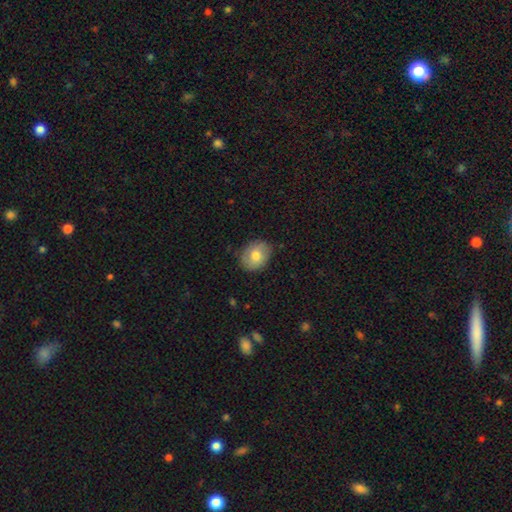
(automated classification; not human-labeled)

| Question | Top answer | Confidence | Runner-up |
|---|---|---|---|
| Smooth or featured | smooth | 73% | featured or disk (19%) |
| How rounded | round | 51% | in between (48%) |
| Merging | none | 82% | minor disturbance (14%) |